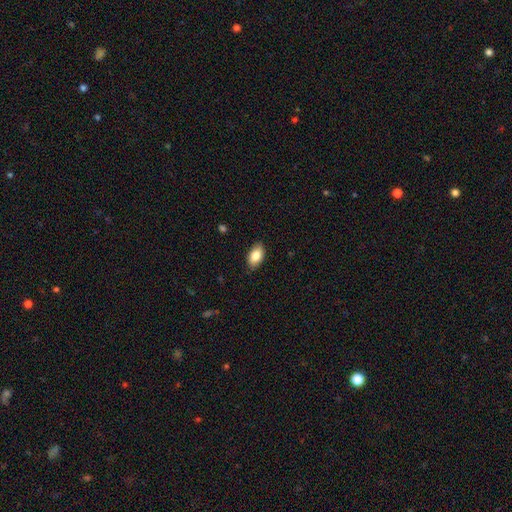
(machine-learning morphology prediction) Smooth or featured: smooth — 84% (featured or disk — 10%)
How rounded: in between — 93% (round — 5%)
Merging: none — 86% (minor disturbance — 11%)